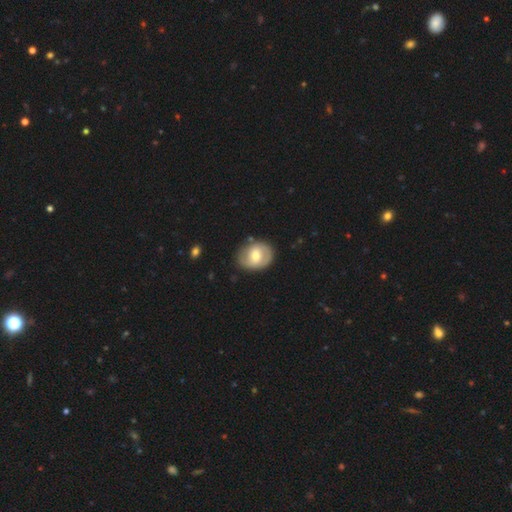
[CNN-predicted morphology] Overall: featured or disk (50%; smooth 44%). Merging: none (77%).